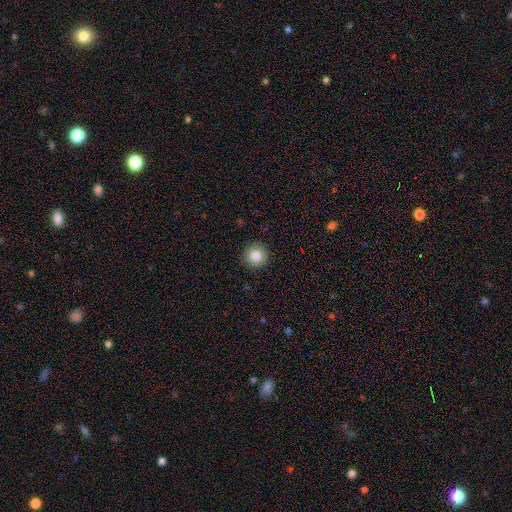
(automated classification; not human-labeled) smooth_or_featured: smooth (p=0.83) [alt: star or artifact p=0.10]
how_rounded: round (p=0.95) [alt: in between p=0.04]
merging: none (p=0.91) [alt: minor disturbance p=0.06]